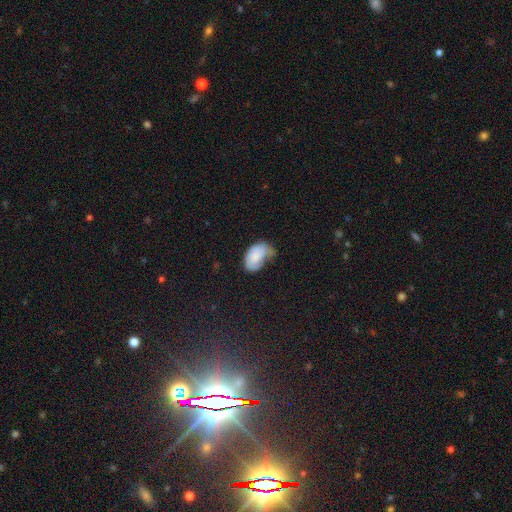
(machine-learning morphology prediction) The model was most divided on "merging": minor disturbance: 42%, none: 29%, major disturbance: 24%, merger: 5%. More confident: how rounded — in between (91%); smooth or featured — smooth (62%).